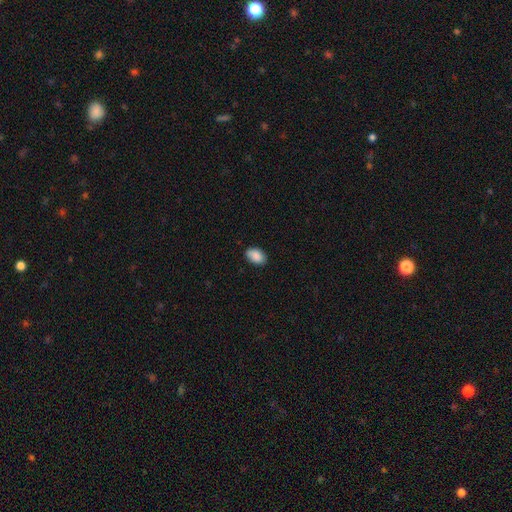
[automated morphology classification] A smooth galaxy with no disk features (88%) that is in between round and cigar-shaped (89%). Merging: none (82%).